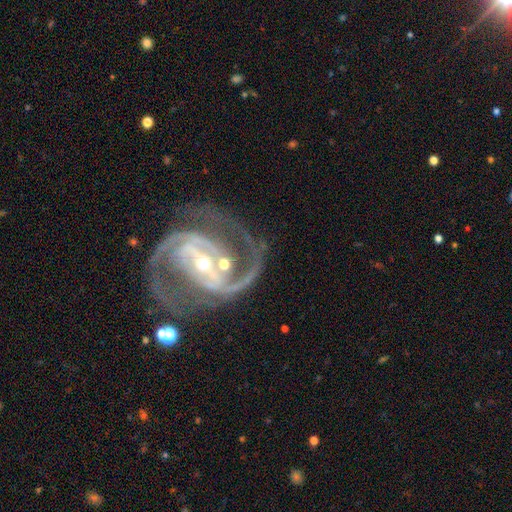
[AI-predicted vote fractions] Smooth or featured: featured or disk — 92% (star or artifact — 5%)
Edge-on disk: no — 97% (yes — 3%)
Bar: strong — 66% (weak — 25%)
Spiral arms: yes — 98% (no — 2%)
Spiral winding: medium — 57% (tight — 29%)
Spiral arm count: 2 — 85% (3 — 6%)
Bulge size: small — 60% (moderate — 35%)
Merging: none — 60% (minor disturbance — 15%)